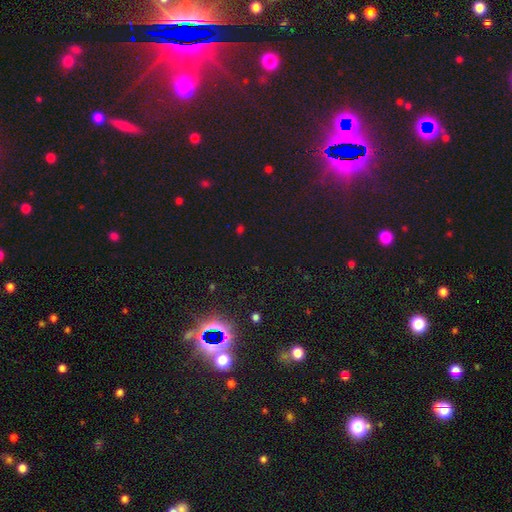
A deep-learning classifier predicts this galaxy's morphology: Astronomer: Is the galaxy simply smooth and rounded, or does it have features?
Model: star or artifact — 69%.